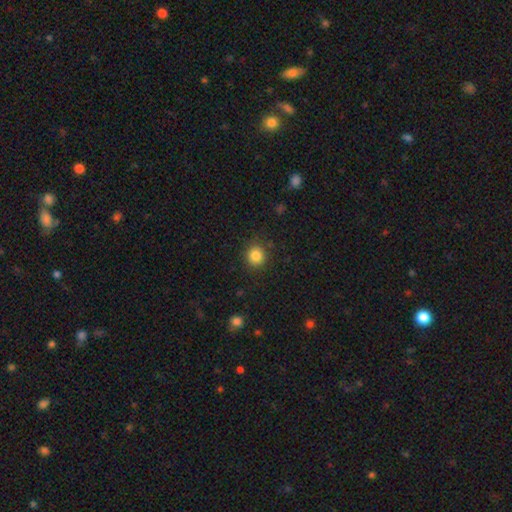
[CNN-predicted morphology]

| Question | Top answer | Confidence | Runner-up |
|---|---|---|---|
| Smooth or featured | smooth | 84% | star or artifact (11%) |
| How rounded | round | 91% | in between (8%) |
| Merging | none | 89% | minor disturbance (8%) |